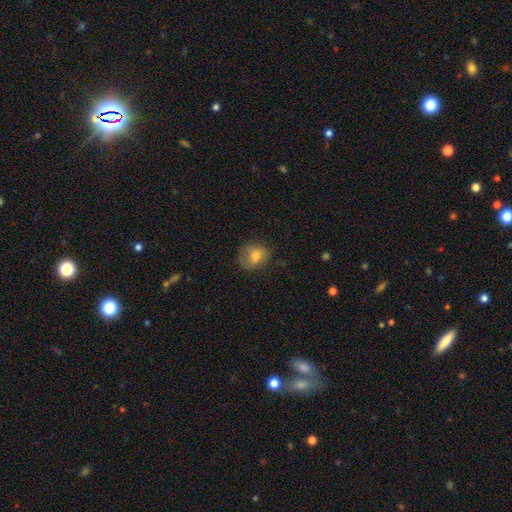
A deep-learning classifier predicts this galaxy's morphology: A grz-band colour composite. It shows a smooth galaxy with no disk features (66%) that is round (63%). Merging: none (60%).